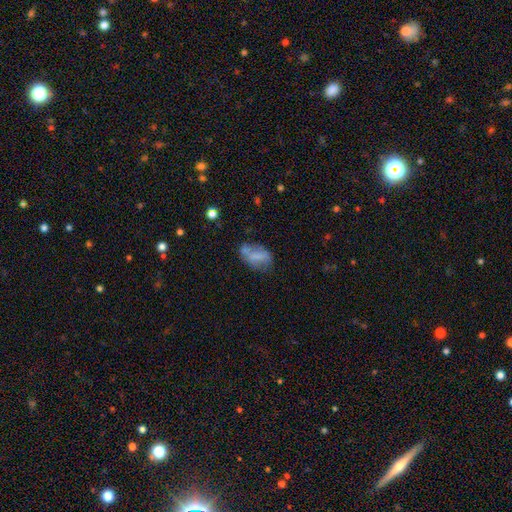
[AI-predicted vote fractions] Overall: smooth (59%; featured or disk 31%). How rounded: in between (86%). Merging: none (42%; minor disturbance 27%).